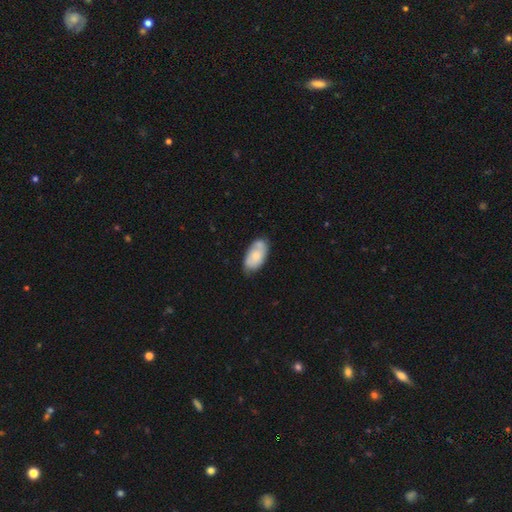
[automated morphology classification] Smooth or featured? smooth (69%)
How rounded? in between (94%)
Merging? none (60%)